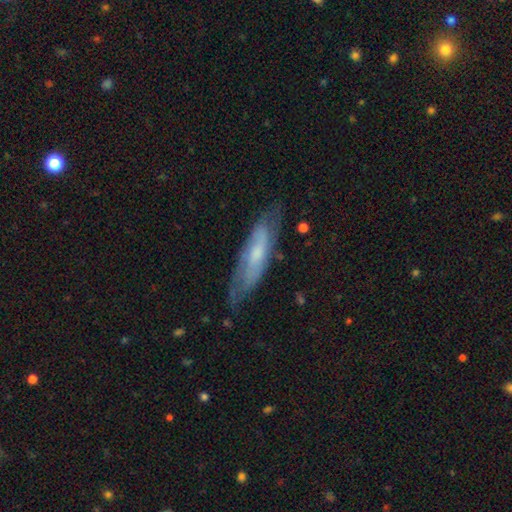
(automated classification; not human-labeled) Smooth or featured? featured or disk (58%)
Edge-on disk? no (63%)
Merging? none (65%)